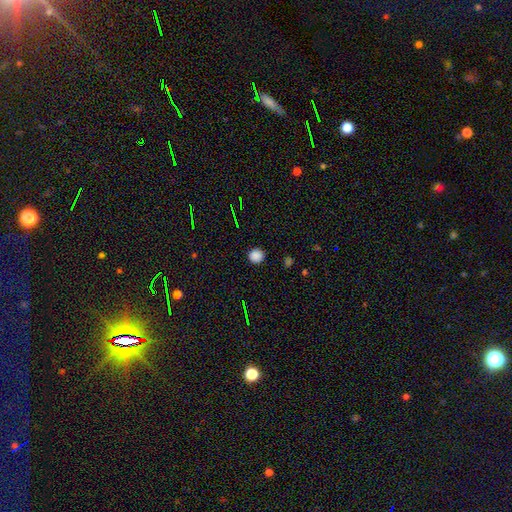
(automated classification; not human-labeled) The model was most divided on "smooth or featured": smooth: 83%, star or artifact: 14%, featured or disk: 4%. More confident: how rounded — round (92%); merging — none (90%).